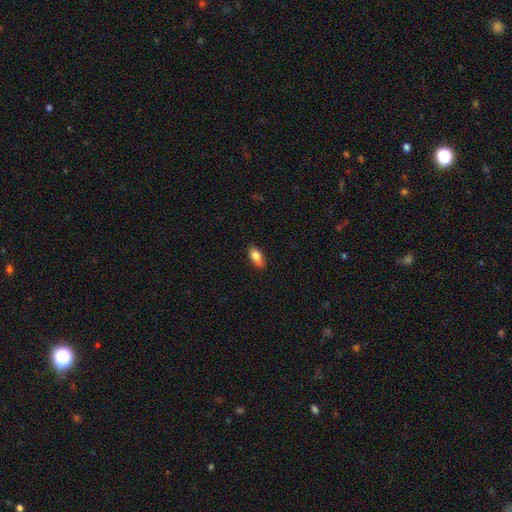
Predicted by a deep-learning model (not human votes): smooth_or_featured: smooth (p=0.81) [alt: featured or disk p=0.12]
how_rounded: in between (p=0.86) [alt: cigar-shaped p=0.09]
merging: none (p=0.73) [alt: minor disturbance p=0.21]